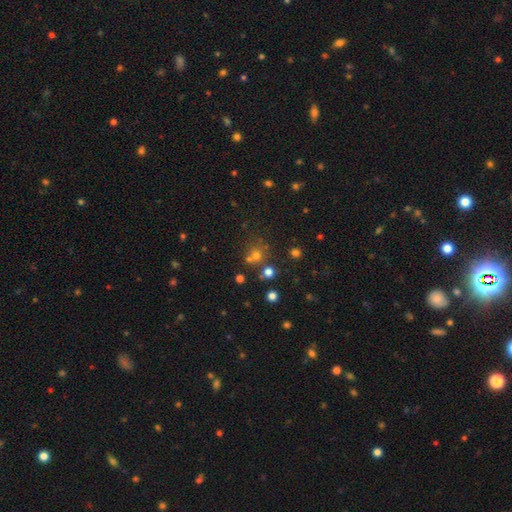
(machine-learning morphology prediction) smooth-or-featured: smooth: 57% | star or artifact: 33% | featured or disk: 11%
  how-rounded: round: 87% | in between: 11% | cigar-shaped: 1%
  merging: none: 65% | merger: 22% | minor disturbance: 9% | major disturbance: 4%